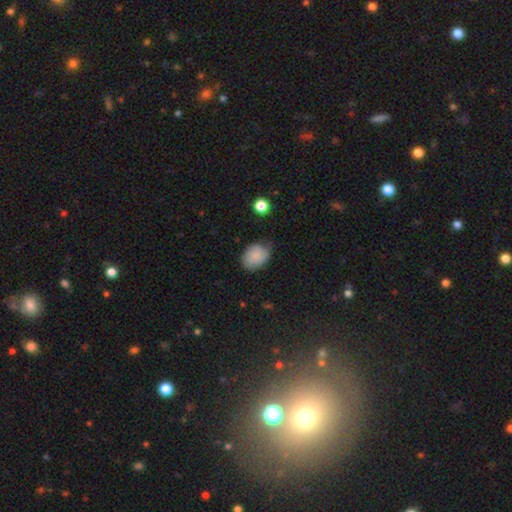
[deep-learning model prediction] Smooth or featured?
  - smooth: 81% *
  - featured or disk: 11%
  - star or artifact: 8%
How rounded?
  - in between: 69% *
  - round: 30%
  - cigar-shaped: 1%
Merging?
  - none: 53% *
  - minor disturbance: 36%
  - major disturbance: 9%
  - merger: 2%